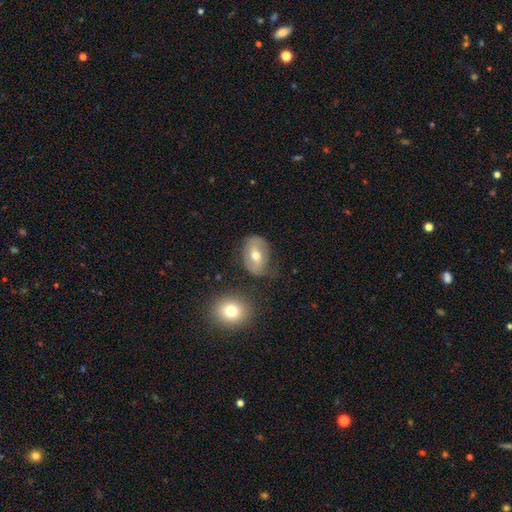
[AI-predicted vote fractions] smooth-or-featured: smooth: 51% | featured or disk: 41% | star or artifact: 8%
  how-rounded: in between: 77% | round: 21% | cigar-shaped: 1%
  merging: none: 64% | minor disturbance: 22% | major disturbance: 9% | merger: 5%